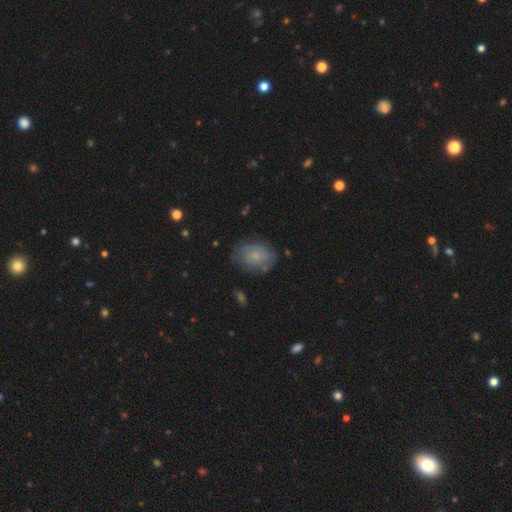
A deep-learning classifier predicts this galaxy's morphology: This is possibly a smooth galaxy (55%). How rounded: likely in between (69%). Merging: likely none (68%).